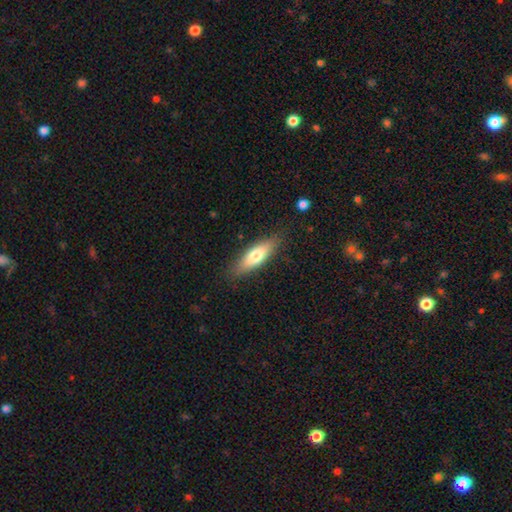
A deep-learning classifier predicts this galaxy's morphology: Q: Smooth or featured?
A: smooth (69%); runner-up: featured or disk (25%)
Q: How rounded?
A: cigar-shaped (51%); runner-up: in between (47%)
Q: Merging?
A: none (85%); runner-up: minor disturbance (11%)